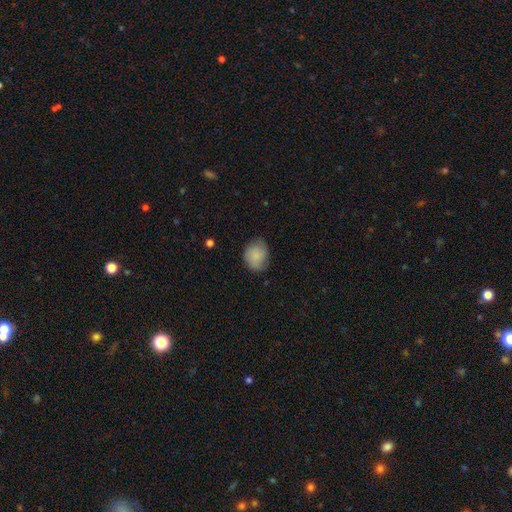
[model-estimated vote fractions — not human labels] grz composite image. It shows a smooth galaxy with no disk features (81%) that is round (57%). Merging: none (68%).